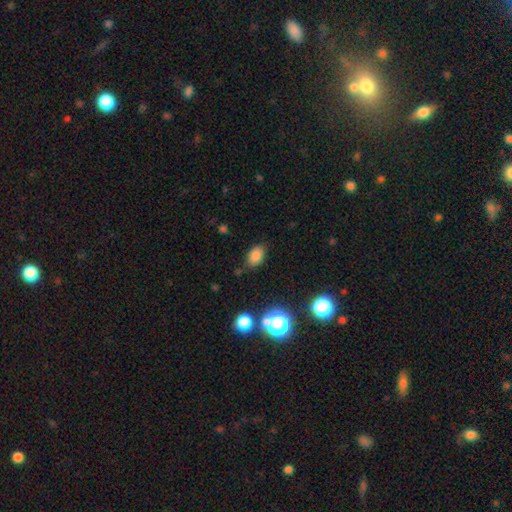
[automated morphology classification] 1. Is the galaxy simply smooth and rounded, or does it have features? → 80% smooth, 14% star or artifact, 6% featured or disk.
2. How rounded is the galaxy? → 83% in between, 15% round, 2% cigar-shaped.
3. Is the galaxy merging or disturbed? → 78% none, 16% minor disturbance, 4% major disturbance, 3% merger.